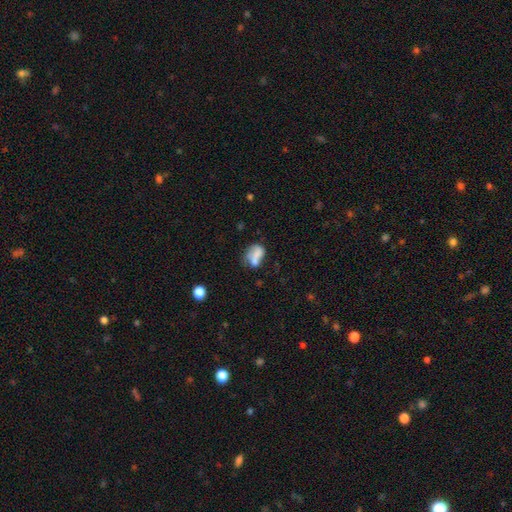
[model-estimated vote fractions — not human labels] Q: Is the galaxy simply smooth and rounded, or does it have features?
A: smooth — 61%.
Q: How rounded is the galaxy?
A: in between — 78%.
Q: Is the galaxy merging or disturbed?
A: merger — 30%.